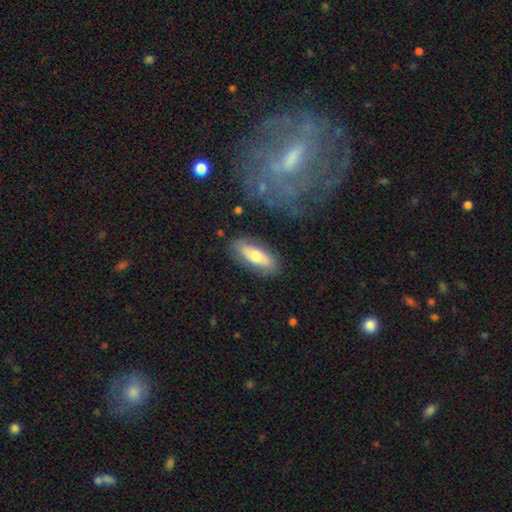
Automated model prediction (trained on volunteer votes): The model was most divided on "smooth or featured": smooth: 61%, featured or disk: 33%, star or artifact: 6%. More confident: merging — none (82%); how rounded — in between (68%).